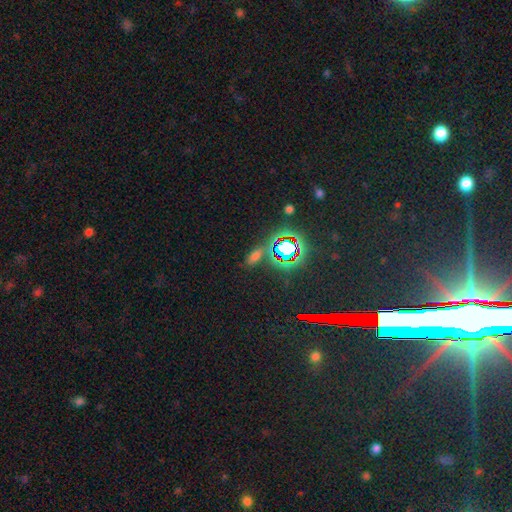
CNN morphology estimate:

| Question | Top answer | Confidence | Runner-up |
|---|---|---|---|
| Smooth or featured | star or artifact | 45% | smooth (43%) |